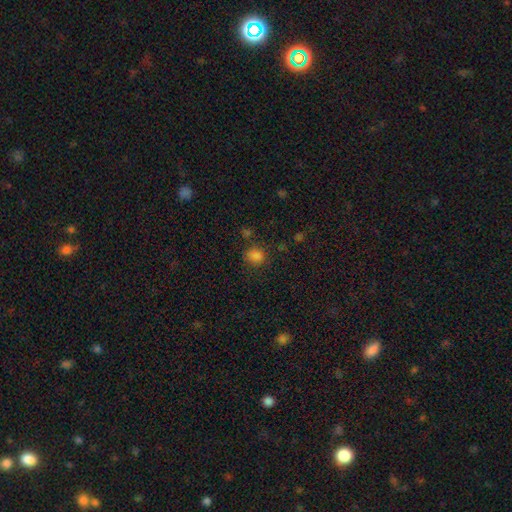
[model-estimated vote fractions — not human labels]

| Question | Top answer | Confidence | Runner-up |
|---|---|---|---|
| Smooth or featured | smooth | 80% | star or artifact (16%) |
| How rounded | round | 57% | in between (42%) |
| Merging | none | 73% | minor disturbance (16%) |